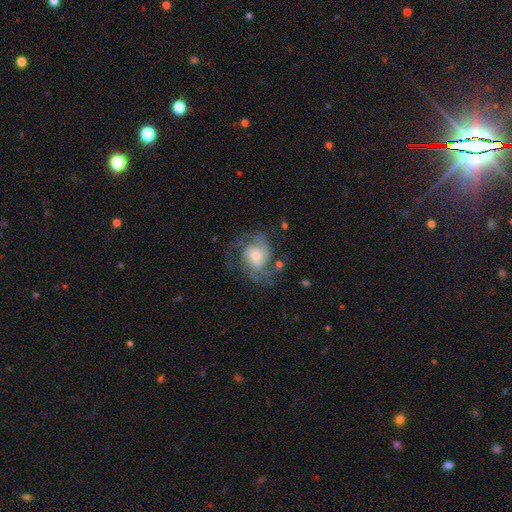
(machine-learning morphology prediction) Smooth or featured: featured or disk — 81% (smooth — 13%)
Edge-on disk: no — 98% (yes — 2%)
Bar: no — 64% (weak — 30%)
Spiral arms: yes — 93% (no — 7%)
Spiral winding: medium — 47% (tight — 35%)
Spiral arm count: 2 — 44% (3 — 24%)
Bulge size: moderate — 58% (small — 25%)
Merging: none — 61% (minor disturbance — 19%)